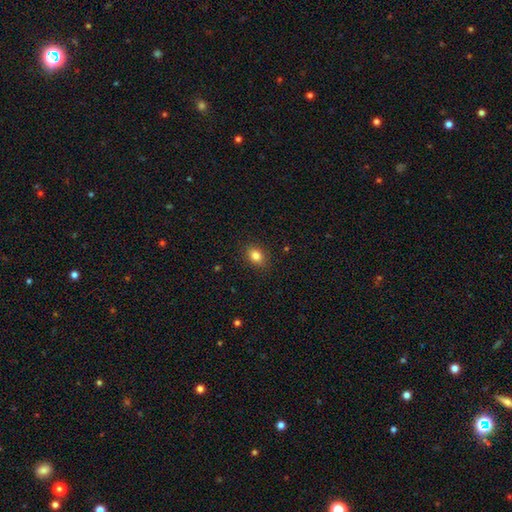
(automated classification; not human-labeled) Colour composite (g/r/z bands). It shows a smooth galaxy with no disk features (83%) that is in between round and cigar-shaped (71%). Merging: none (87%).